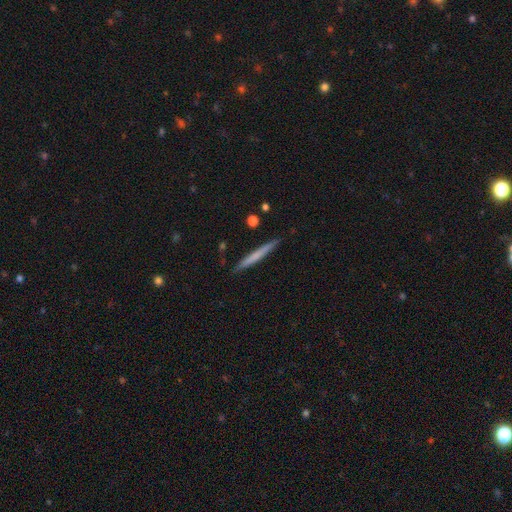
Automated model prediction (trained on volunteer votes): Morphology: type=smooth (59%); roundness=cigar-shaped (97%); merging=none (90%).